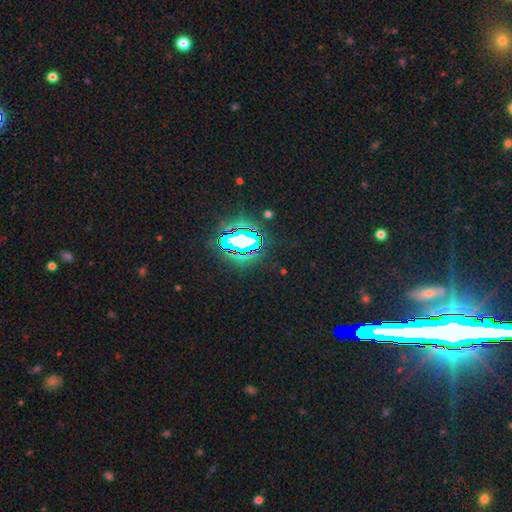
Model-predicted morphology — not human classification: This appears to be a star or artifact, not a galaxy (81%).